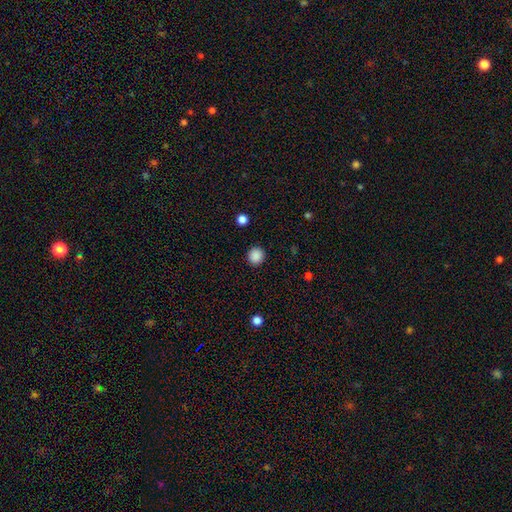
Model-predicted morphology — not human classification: smooth 88%, star or artifact 10%, featured or disk 2%. Down the decision tree: how rounded — round (94%); merging — none (92%).